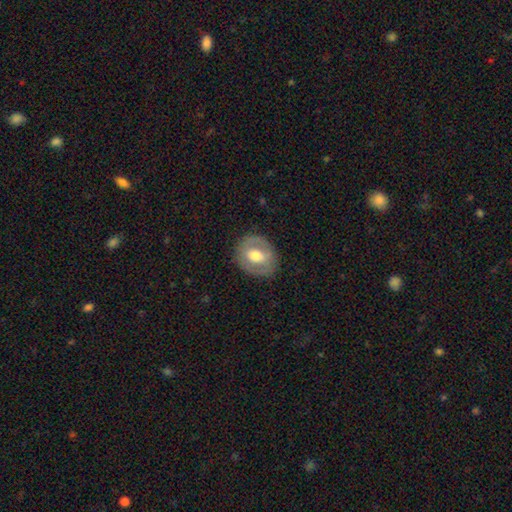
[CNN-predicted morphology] Smooth or featured?
  - featured or disk: 48% *
  - smooth: 46%
  - star or artifact: 6%
Merging?
  - none: 83% *
  - minor disturbance: 11%
  - major disturbance: 4%
  - merger: 1%